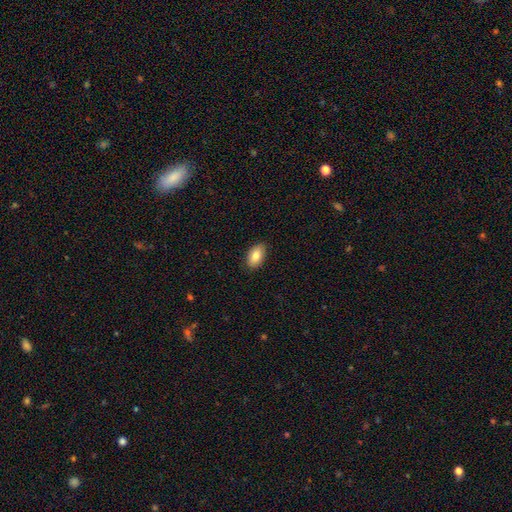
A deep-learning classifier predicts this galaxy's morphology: Smooth or featured: smooth — 82% (featured or disk — 11%)
How rounded: in between — 93% (round — 4%)
Merging: none — 88% (minor disturbance — 9%)